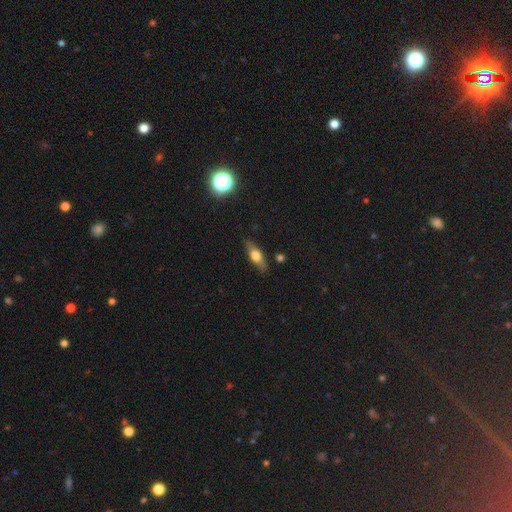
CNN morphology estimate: smooth-or-featured: smooth: 53% | featured or disk: 39% | star or artifact: 8%
  how-rounded: in between: 55% | cigar-shaped: 40% | round: 5%
  merging: none: 82% | minor disturbance: 13% | major disturbance: 3% | merger: 2%